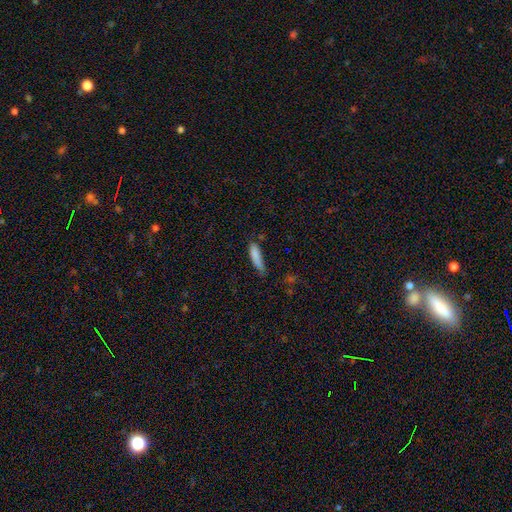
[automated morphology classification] type=smooth (83%); roundness=cigar-shaped (76%); merging=none (58%).